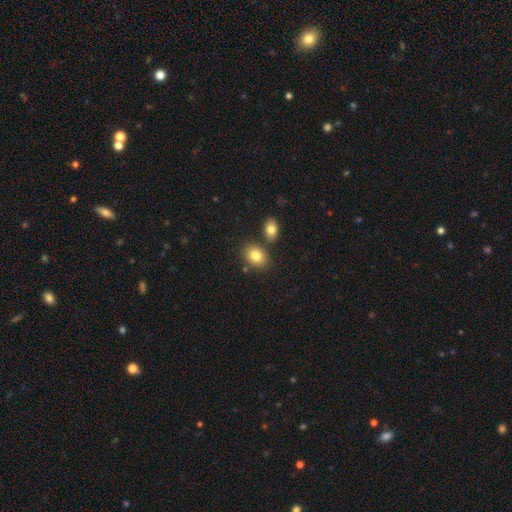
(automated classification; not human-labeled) Smooth or featured? smooth (82%)
How rounded? in between (68%)
Merging? none (71%)